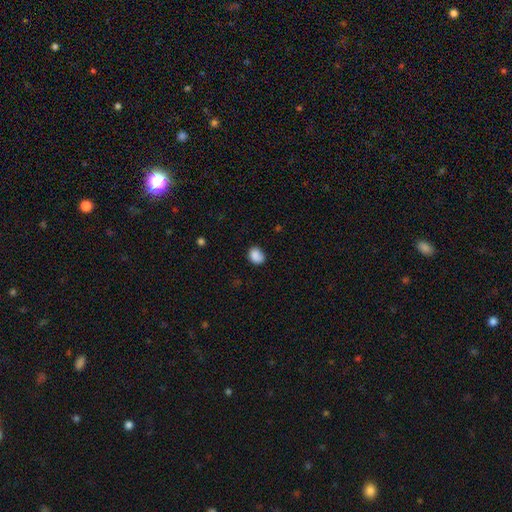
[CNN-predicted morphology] This is clearly a smooth galaxy (87%). How rounded: possibly round (52%). Merging: likely none (74%).